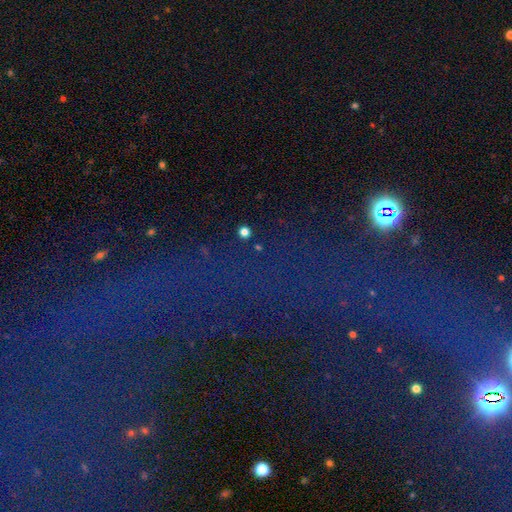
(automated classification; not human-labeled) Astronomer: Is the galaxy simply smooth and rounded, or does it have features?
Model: star or artifact — 72%.